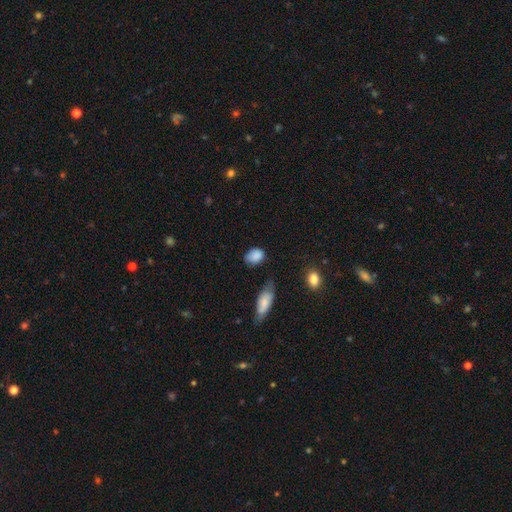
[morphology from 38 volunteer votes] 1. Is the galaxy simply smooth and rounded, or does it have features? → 84% smooth, 11% featured or disk, 5% star or artifact.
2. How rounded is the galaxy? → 59% round, 34% in between, 6% cigar-shaped.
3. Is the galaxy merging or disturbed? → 67% none, 17% minor disturbance, 11% major disturbance, 6% merger.